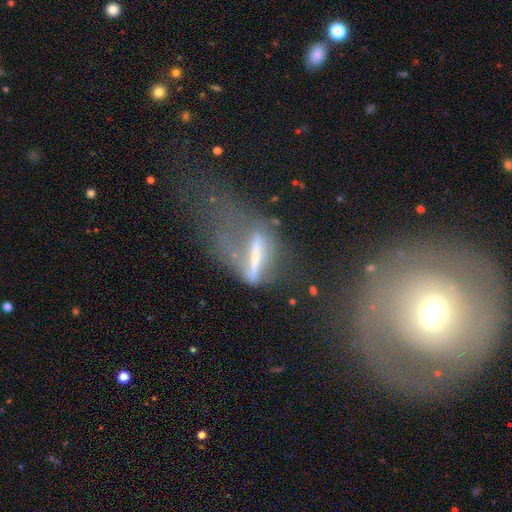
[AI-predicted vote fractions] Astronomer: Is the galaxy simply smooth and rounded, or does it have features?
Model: featured or disk — 53% (runner-up: smooth, 34%).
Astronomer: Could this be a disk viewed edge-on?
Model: no — 66%.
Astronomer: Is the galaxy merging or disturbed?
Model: major disturbance — 58%.